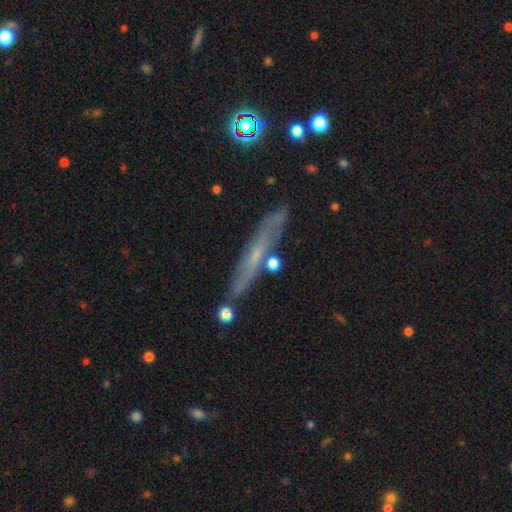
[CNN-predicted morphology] Smooth or featured? featured or disk (52%)
Edge-on disk? yes (81%)
Merging? none (78%)